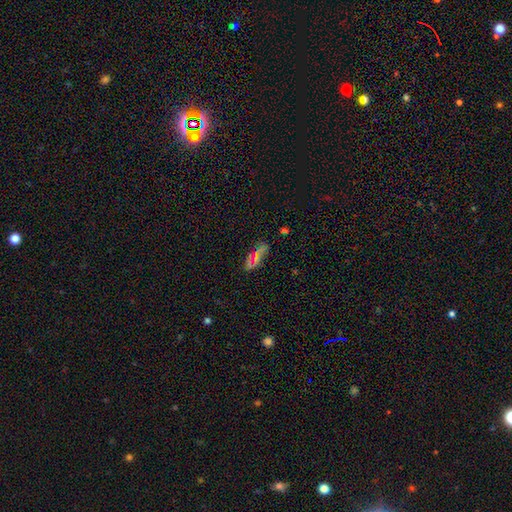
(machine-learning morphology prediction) smooth_or_featured: smooth (p=0.40) [alt: featured or disk p=0.35]
merging: none (p=0.65) [alt: minor disturbance p=0.19]